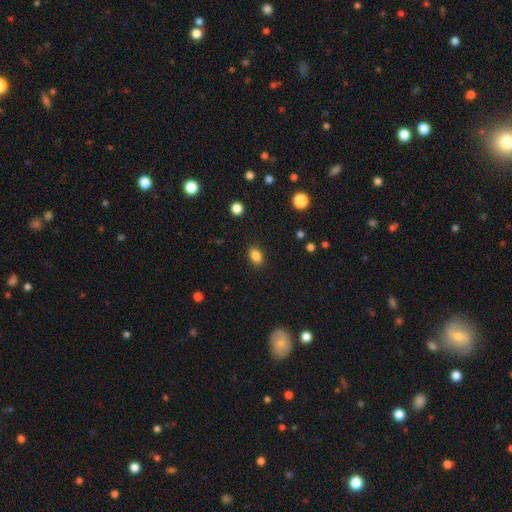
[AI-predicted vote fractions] Overall: smooth (85%). How rounded: in between (79%). Merging: none (88%).